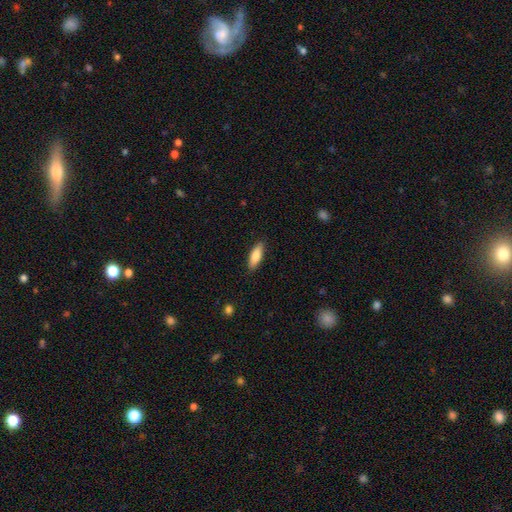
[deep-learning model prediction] Q: Smooth or featured?
A: smooth (79%); runner-up: featured or disk (15%)
Q: How rounded?
A: in between (57%); runner-up: cigar-shaped (41%)
Q: Merging?
A: none (88%); runner-up: minor disturbance (9%)